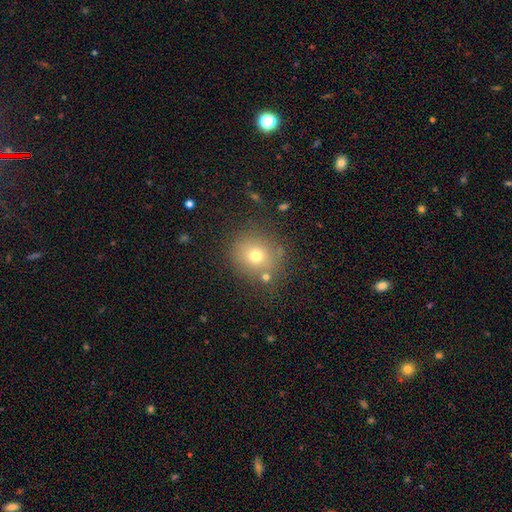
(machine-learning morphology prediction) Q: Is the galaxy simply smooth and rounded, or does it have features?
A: smooth — 71%.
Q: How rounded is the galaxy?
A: round — 85%.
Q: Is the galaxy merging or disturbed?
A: none — 80%.